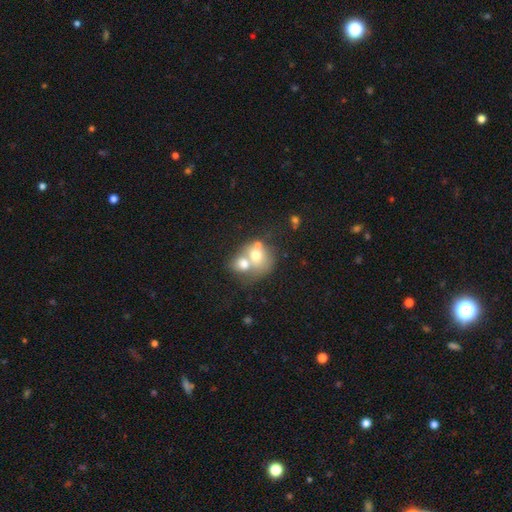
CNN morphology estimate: Smooth or featured? Predicted: smooth (p=0.63). How rounded? Predicted: round (p=0.67). Merging? Predicted: merger (p=0.68).